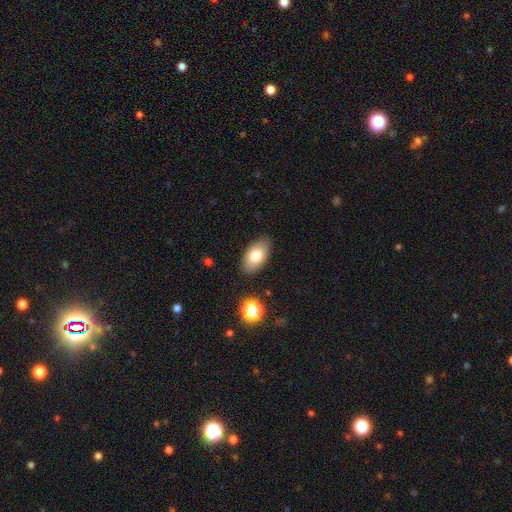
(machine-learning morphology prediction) type=smooth (78%); roundness=in between (93%); merging=none (85%).